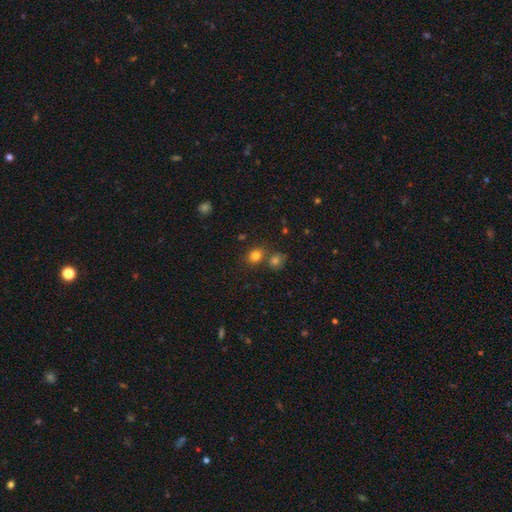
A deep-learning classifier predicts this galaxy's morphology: type=smooth (79%); roundness=round (64%); merging=none (66%).